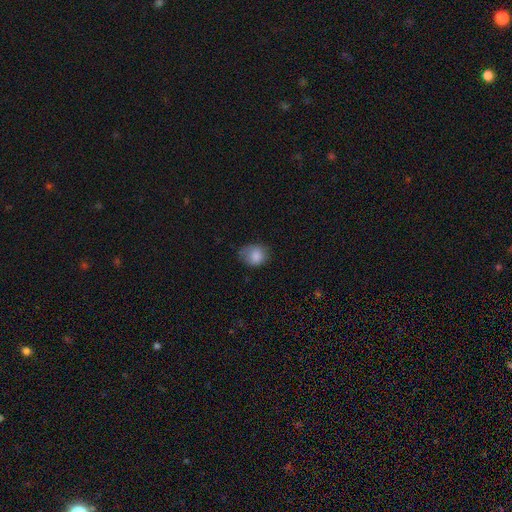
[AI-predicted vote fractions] Overall: smooth (82%). How rounded: in between (50%; round 49%). Merging: none (47%; minor disturbance 35%).